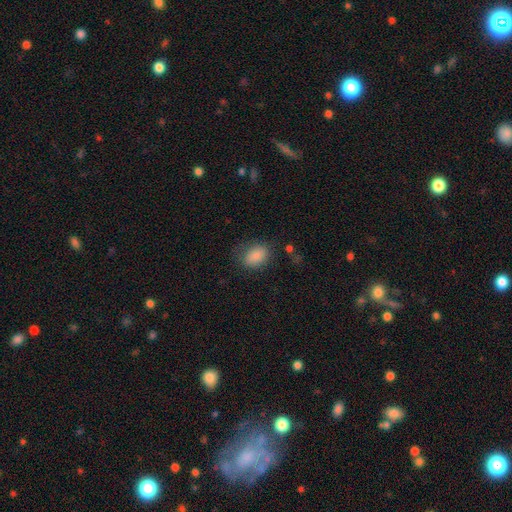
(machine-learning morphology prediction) This appears to be a smooth galaxy with no disk features (85%) that is in between round and cigar-shaped (76%). Merging: none (71%).